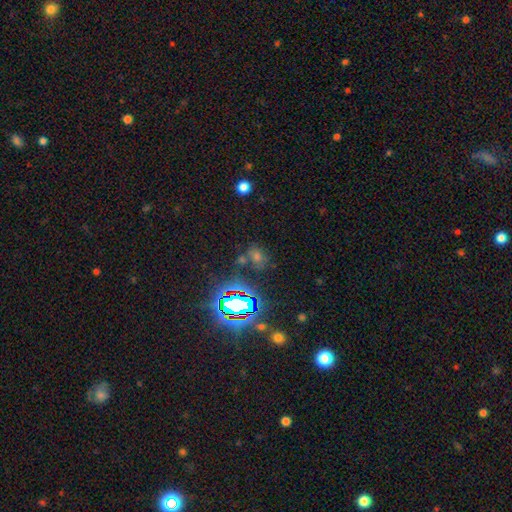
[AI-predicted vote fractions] Smooth or featured?
  - star or artifact: 49% *
  - smooth: 40%
  - featured or disk: 11%